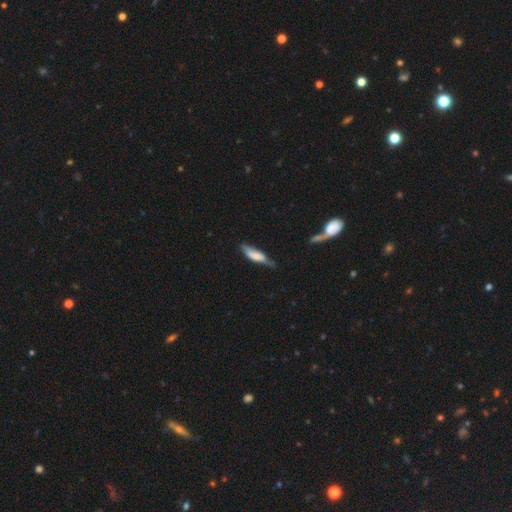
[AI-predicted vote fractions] smooth_or_featured: smooth (p=0.61) [alt: featured or disk p=0.32]
how_rounded: cigar-shaped (p=0.58) [alt: in between p=0.40]
merging: none (p=0.46) [alt: minor disturbance p=0.37]